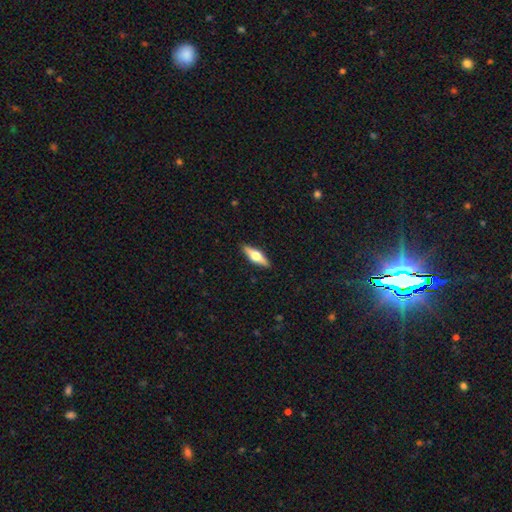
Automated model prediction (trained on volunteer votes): featured or disk 57%, smooth 37%, star or artifact 6%. Down the decision tree: edge-on disk — yes (95%); edge-on bulge — rounded (95%); merging — none (90%).